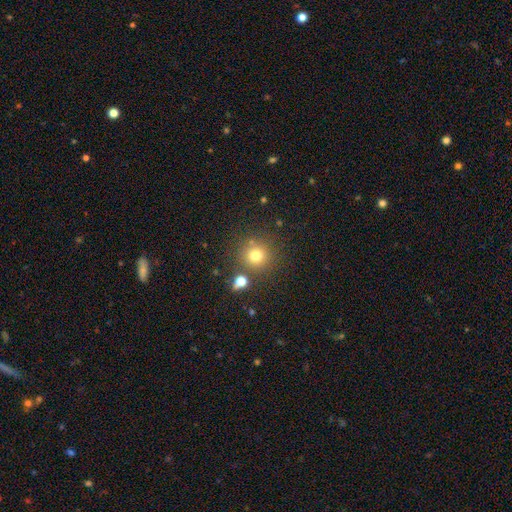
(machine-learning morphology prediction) type=smooth (76%); roundness=round (93%); merging=none (79%).